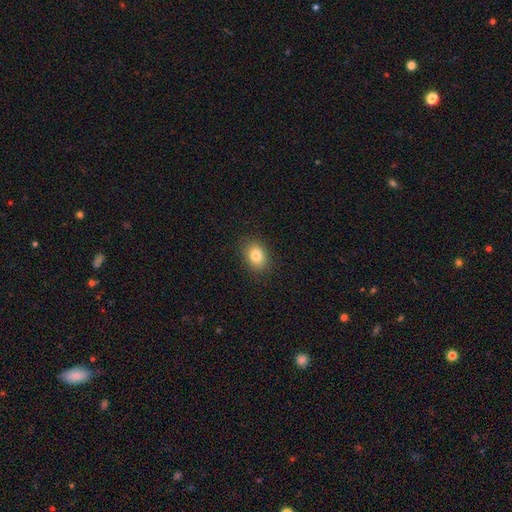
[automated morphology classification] Q: Smooth or featured?
A: smooth (81%); runner-up: star or artifact (10%)
Q: How rounded?
A: in between (64%); runner-up: round (34%)
Q: Merging?
A: none (88%); runner-up: minor disturbance (9%)